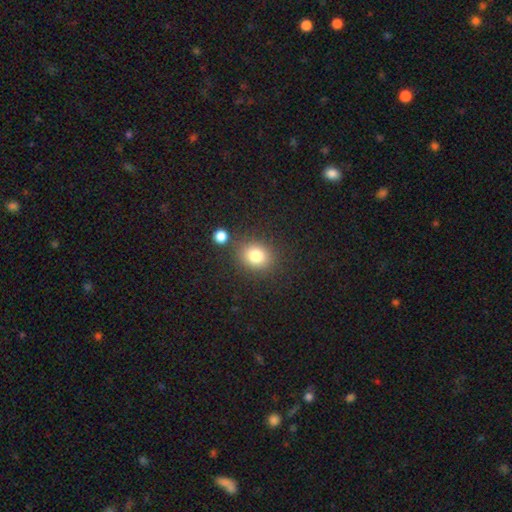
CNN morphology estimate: Smooth or featured? Predicted: smooth (p=0.80). How rounded? Predicted: round (p=0.70). Merging? Predicted: none (p=0.80).